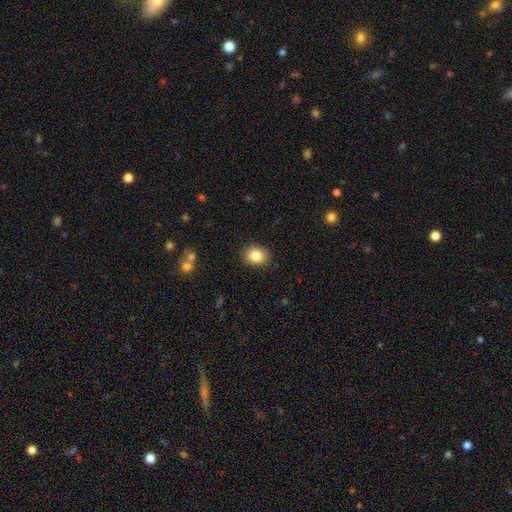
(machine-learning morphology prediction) Overall: smooth (84%). How rounded: round (67%; in between 32%). Merging: none (90%).